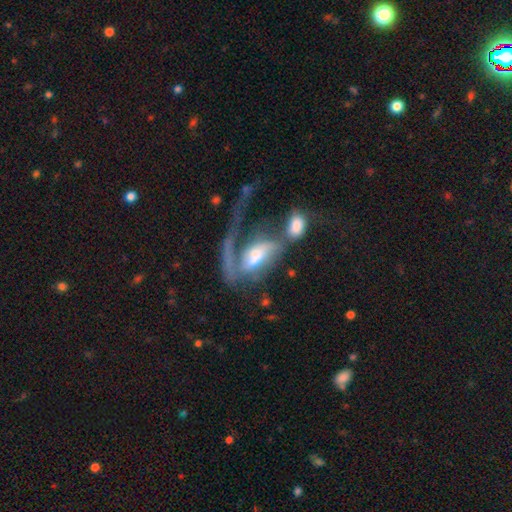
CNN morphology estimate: This appears to be a featured or disk galaxy (70%) with no bar (41%), 1 (68%) loose (60%) spiral arms (81%) and a moderate central bulge (42%). Merging: merger (46%).